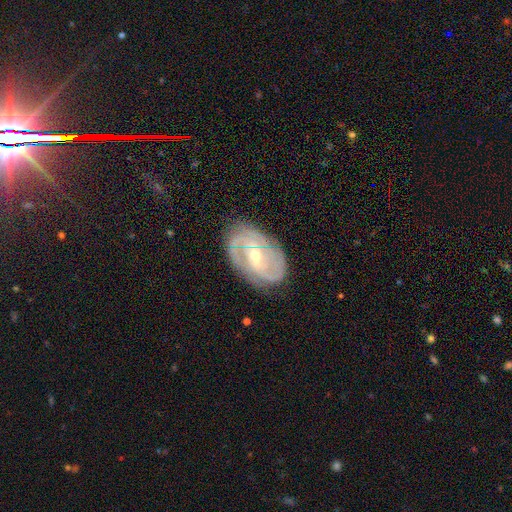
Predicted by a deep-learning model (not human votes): This is clearly a featured or disk galaxy (84%). It is clearly not viewed edge-on (96%). Bar: possibly weak (48%). Spiral arm pattern: clearly yes (94%). Spiral arm count: marginally 2 (36%). Spiral winding: possibly tight (55%). Central bulge: possibly small (50%). Merging: likely none (77%).